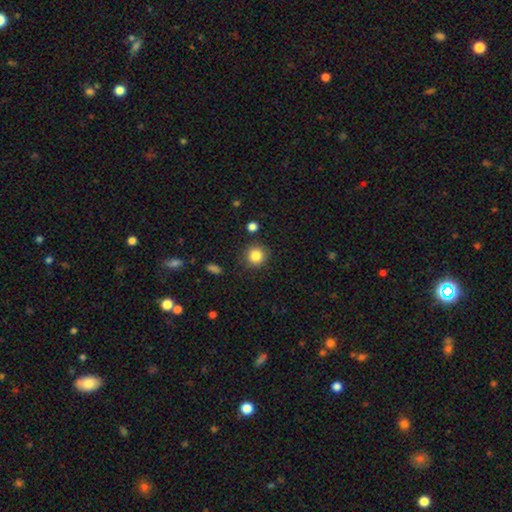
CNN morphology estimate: smooth 84%, star or artifact 10%, featured or disk 5%. Down the decision tree: how rounded — round (91%); merging — none (87%).